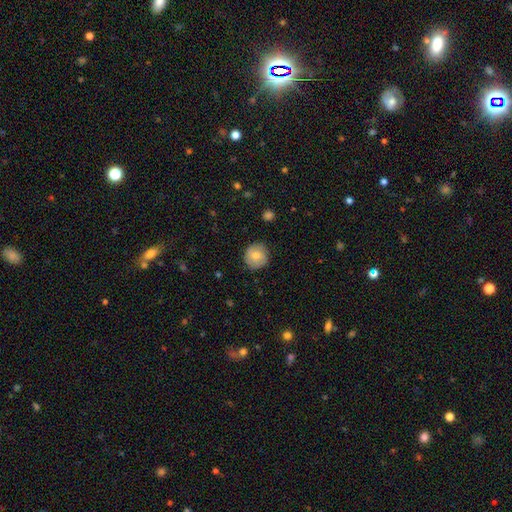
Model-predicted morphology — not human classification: This appears to be a smooth galaxy with no disk features (76%) that is round (89%). Merging: none (84%).